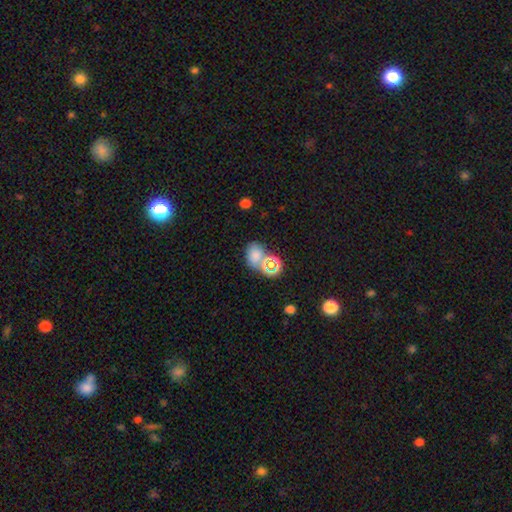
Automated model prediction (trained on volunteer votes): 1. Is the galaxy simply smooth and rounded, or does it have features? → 69% smooth, 21% star or artifact, 10% featured or disk.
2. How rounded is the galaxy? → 62% in between, 37% round, 1% cigar-shaped.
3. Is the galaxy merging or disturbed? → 49% none, 30% merger, 14% minor disturbance, 7% major disturbance.